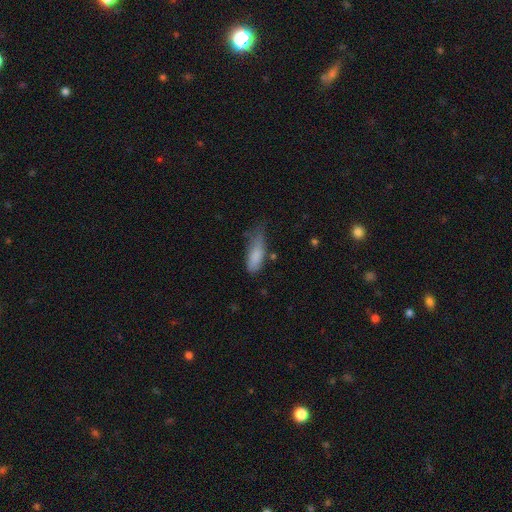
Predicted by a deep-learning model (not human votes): Q: Smooth or featured?
A: smooth (82%); runner-up: featured or disk (10%)
Q: How rounded?
A: in between (61%); runner-up: cigar-shaped (37%)
Q: Merging?
A: minor disturbance (44%); runner-up: none (34%)